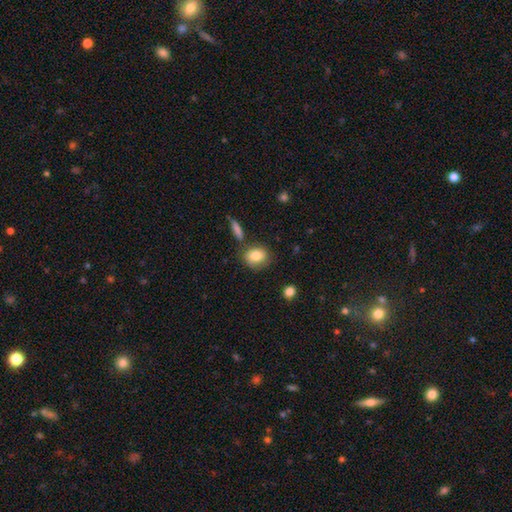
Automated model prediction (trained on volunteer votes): A smooth galaxy with no disk features (82%) that is round (54%). Merging: none (72%).